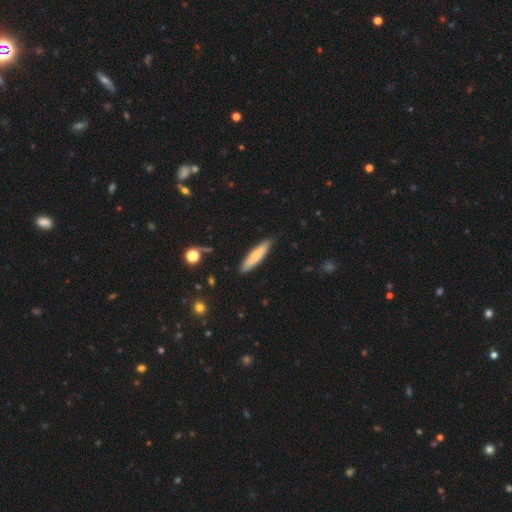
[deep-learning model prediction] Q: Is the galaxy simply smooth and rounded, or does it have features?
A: smooth — 65%.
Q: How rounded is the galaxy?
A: cigar-shaped — 83%.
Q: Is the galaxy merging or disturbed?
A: none — 87%.